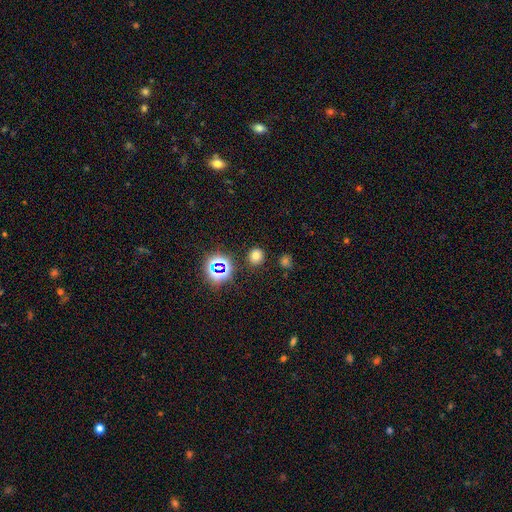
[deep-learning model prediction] This appears to be a smooth galaxy with no disk features (69%) that is round (83%). Merging: none (87%).